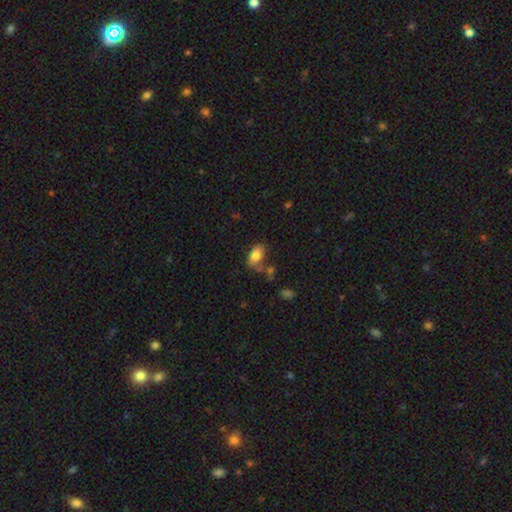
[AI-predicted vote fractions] A smooth galaxy with no disk features (80%) that is in between round and cigar-shaped (90%). Merging: none (51%).